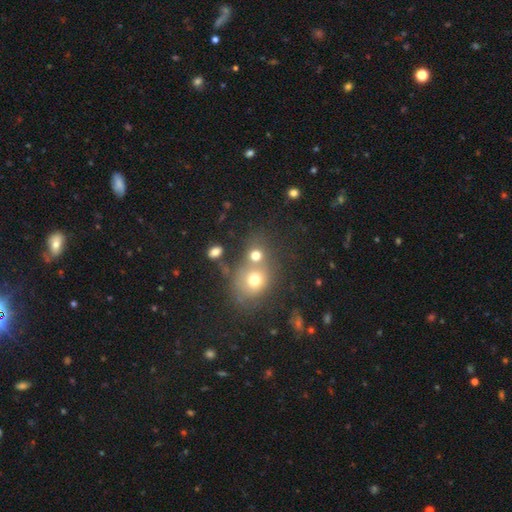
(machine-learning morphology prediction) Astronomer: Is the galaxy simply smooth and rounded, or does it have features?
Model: smooth — 70%.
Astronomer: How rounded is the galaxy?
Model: round — 74%.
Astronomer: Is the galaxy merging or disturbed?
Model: merger — 47% (runner-up: none, 39%).